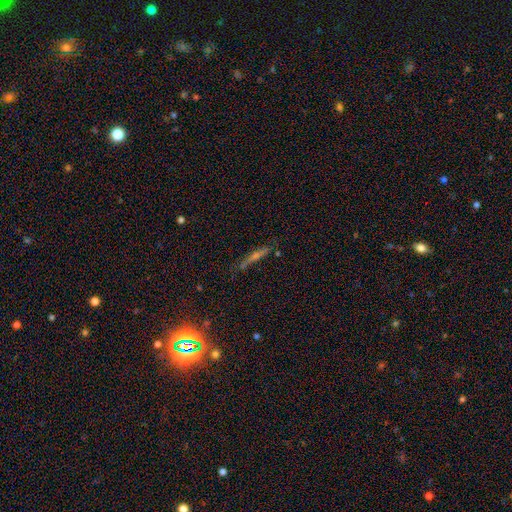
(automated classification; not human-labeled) Smooth or featured? Predicted: featured or disk (p=0.49). Merging? Predicted: none (p=0.77).